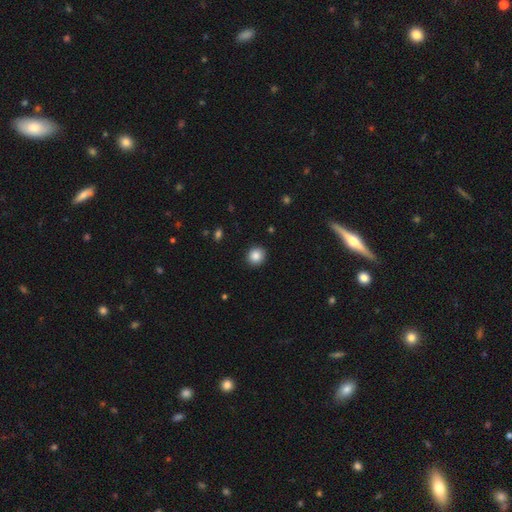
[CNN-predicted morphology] smooth 87%, star or artifact 9%, featured or disk 4%. Down the decision tree: how rounded — round (89%); merging — none (92%).